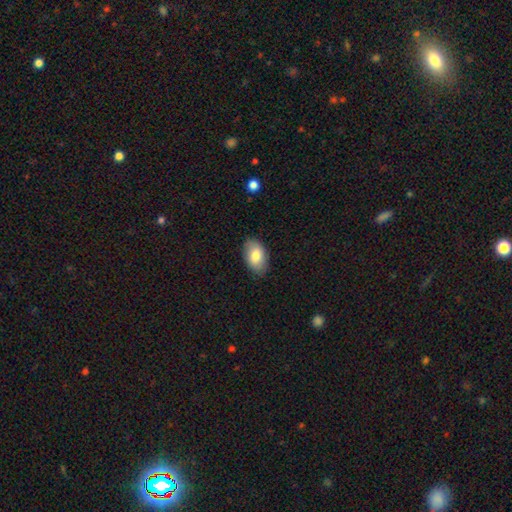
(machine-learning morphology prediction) A smooth galaxy with no disk features (78%) that is in between round and cigar-shaped (92%). Merging: none (84%).